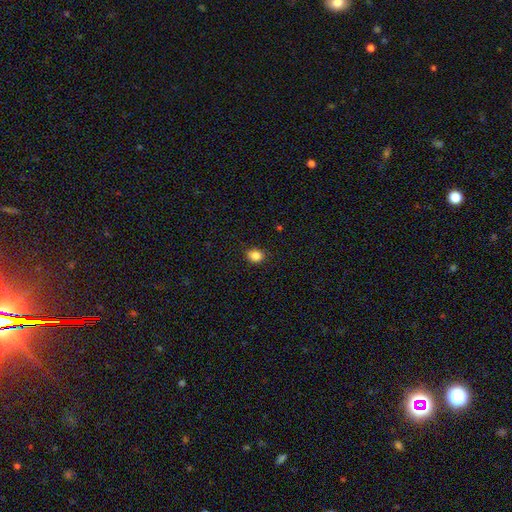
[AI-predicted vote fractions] A smooth galaxy with no disk features (85%) that is round (58%).

Vote fractions:
- Smooth or featured? smooth: 85% / star or artifact: 11% / featured or disk: 5%
- How rounded? round: 58% / in between: 41% / cigar-shaped: 1%
- Merging? none: 86% / minor disturbance: 11% / major disturbance: 2% / merger: 1%